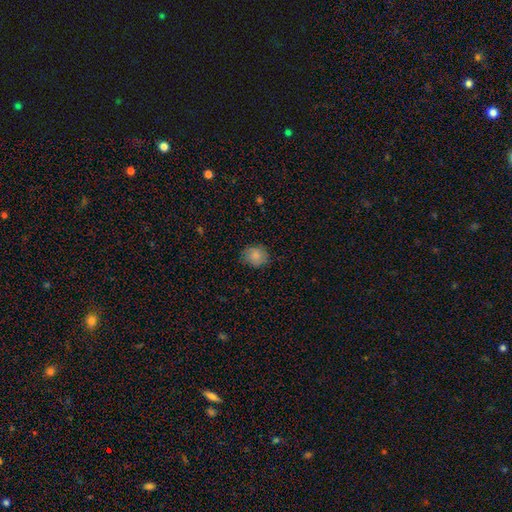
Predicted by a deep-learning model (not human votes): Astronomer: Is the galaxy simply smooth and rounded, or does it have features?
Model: smooth — 84%.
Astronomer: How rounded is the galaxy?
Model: round — 74%.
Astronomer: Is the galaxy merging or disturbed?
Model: none — 77%.